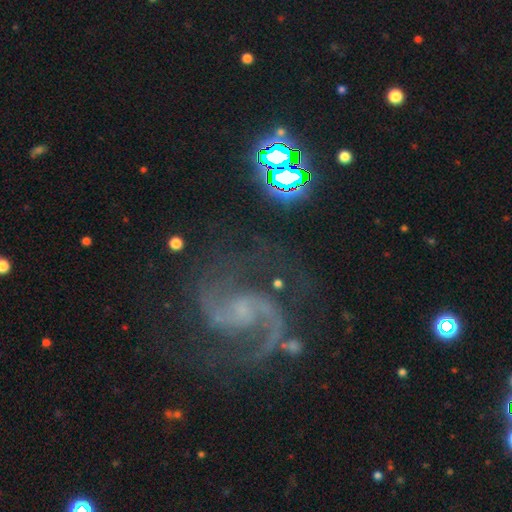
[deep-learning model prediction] smooth-or-featured: featured or disk: 88% | star or artifact: 8% | smooth: 3%
  disk-edge-on: no: 98% | yes: 2%
    bar: weak: 44% (tied) | no: 44% (tied) | strong: 12%
    has-spiral-arms: yes: 98% | no: 2%
      spiral-winding: medium: 60% | loose: 28% | tight: 13%
      spiral-arm-count: 2: 91% | 3: 2% | can't tell: 2% | 1: 2% | 4: 1% | more than 4: 1%
    bulge-size: small: 54% | none: 31% | moderate: 13% | large: 2% | dominant: 1%
  merging: none: 70% | minor disturbance: 16% | major disturbance: 11% | merger: 3%